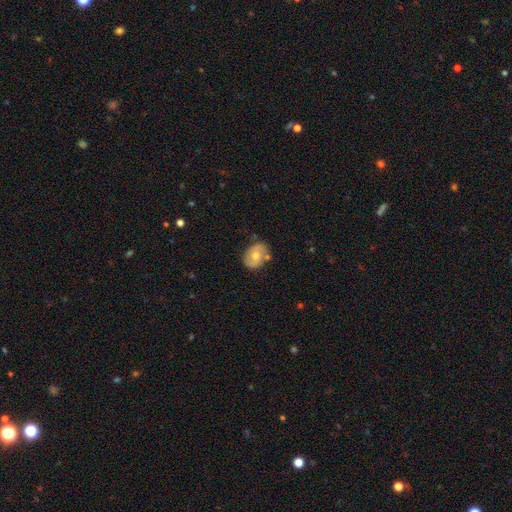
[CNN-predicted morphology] smooth-or-featured: smooth: 49% | featured or disk: 43% | star or artifact: 7%
  merging: none: 73% | minor disturbance: 17% | merger: 5% | major disturbance: 4%